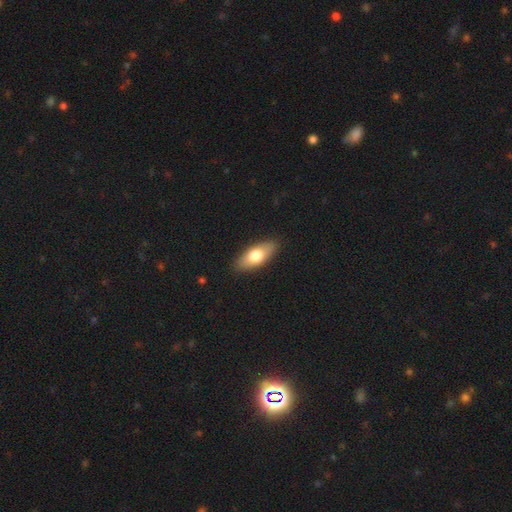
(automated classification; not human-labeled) This is likely a smooth galaxy (70%). How rounded: likely in between (76%). Merging: clearly none (88%).